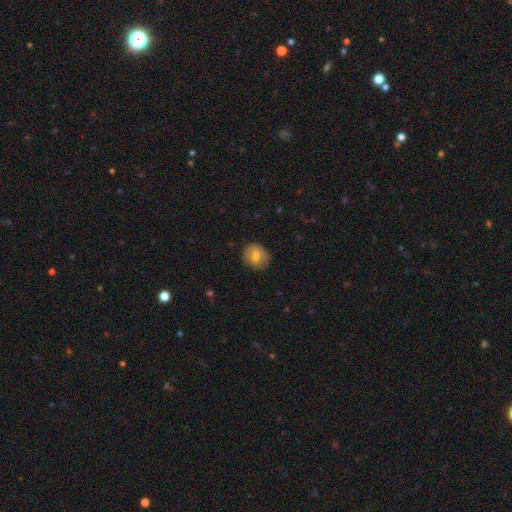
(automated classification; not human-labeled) This is likely a smooth galaxy (70%). How rounded: likely round (78%). Merging: clearly none (84%).